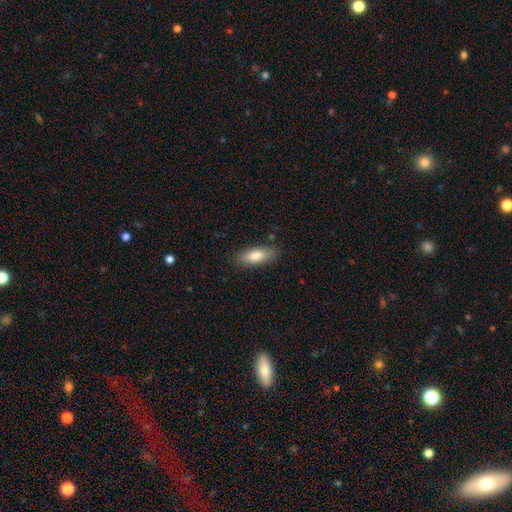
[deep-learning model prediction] The model was most divided on "how rounded": in between: 78%, cigar-shaped: 20%, round: 2%. More confident: merging — none (83%); smooth or featured — smooth (80%).